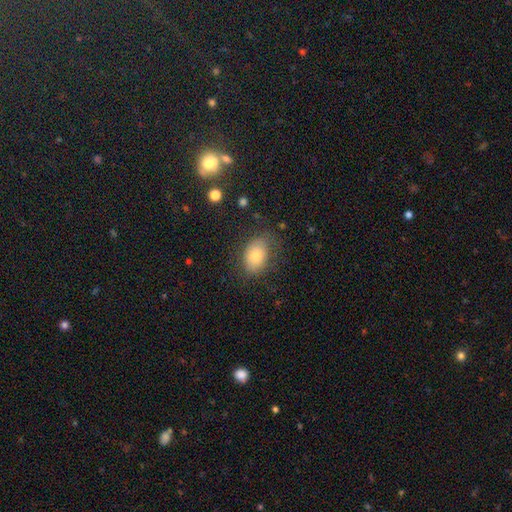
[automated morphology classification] A smooth galaxy with no disk features (76%) that is in between round and cigar-shaped (83%). Merging: none (73%).